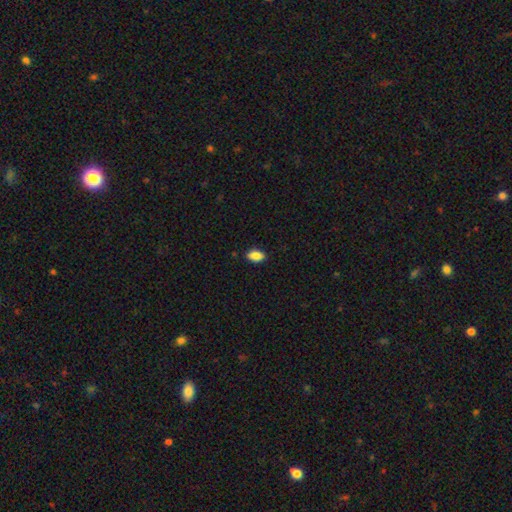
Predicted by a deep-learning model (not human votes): A smooth galaxy with no disk features (86%) that is in between round and cigar-shaped (90%).

Vote fractions:
- Smooth or featured? smooth: 86% / star or artifact: 8% / featured or disk: 6%
- How rounded? in between: 90% / round: 7% / cigar-shaped: 3%
- Merging? none: 87% / minor disturbance: 10% / major disturbance: 2% / merger: 1%